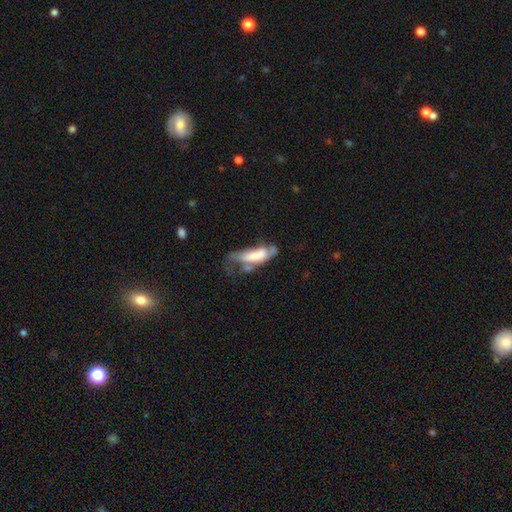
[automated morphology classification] The model was most divided on "merging": major disturbance: 36%, minor disturbance: 23%, none: 21%, merger: 20%. More confident: how rounded — in between (56%); smooth or featured — smooth (56%).